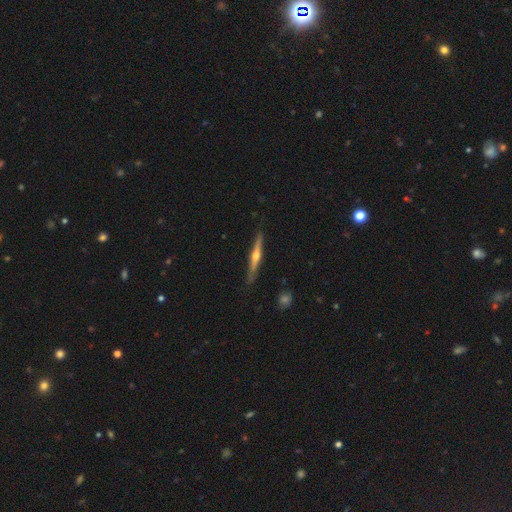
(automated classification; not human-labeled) Smooth or featured? featured or disk (71%)
Edge-on disk? yes (98%)
Edge-on bulge? rounded (91%)
Merging? none (87%)